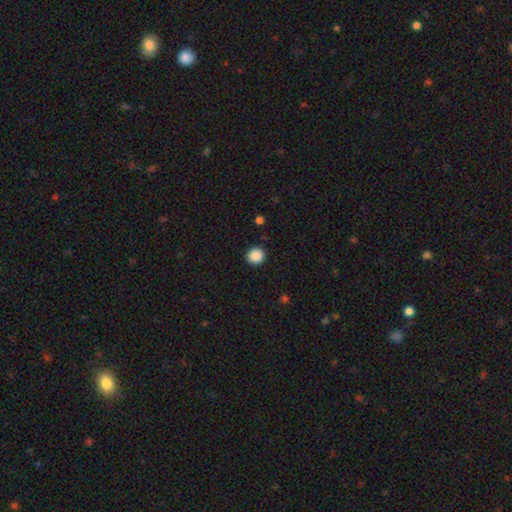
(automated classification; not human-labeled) A smooth galaxy with no disk features (88%) that is round (91%).

Vote fractions:
- Smooth or featured? smooth: 88% / star or artifact: 9% / featured or disk: 3%
- How rounded? round: 91% / in between: 8% / cigar-shaped: 1%
- Merging? none: 92% / minor disturbance: 5% / major disturbance: 2% / merger: 1%